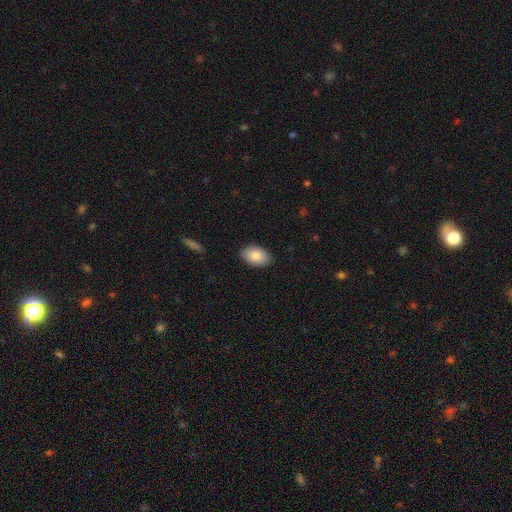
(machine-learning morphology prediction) The model was most divided on "smooth or featured": smooth: 85%, featured or disk: 9%, star or artifact: 6%. More confident: how rounded — in between (92%); merging — none (88%).